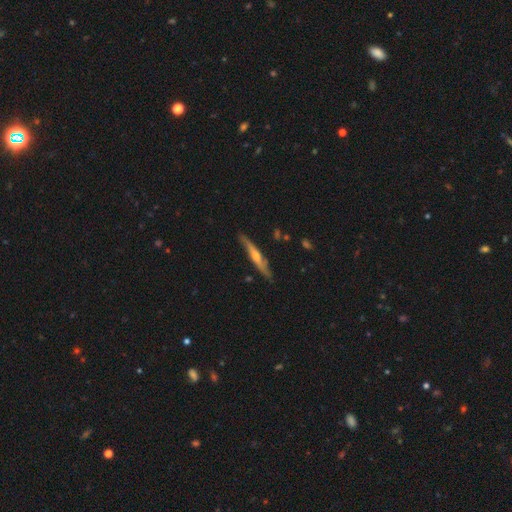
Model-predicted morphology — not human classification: The model was most divided on "smooth or featured": featured or disk: 64%, smooth: 30%, star or artifact: 6%. More confident: edge-on disk — yes (90%); merging — none (81%); edge-on bulge — rounded (74%).